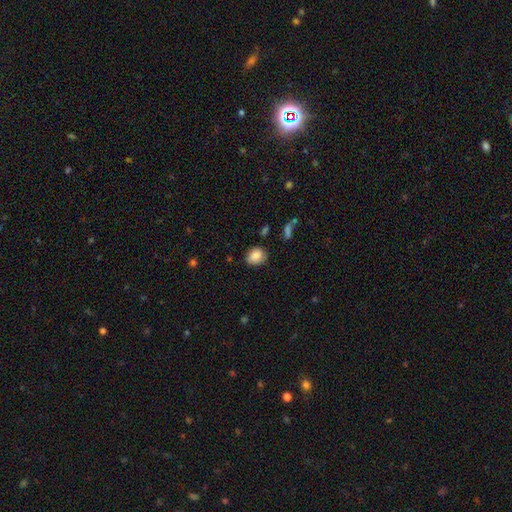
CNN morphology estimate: smooth-or-featured: smooth: 85% | star or artifact: 8% | featured or disk: 6%
  how-rounded: round: 51% | in between: 48% | cigar-shaped: 1%
  merging: none: 74% | minor disturbance: 20% | major disturbance: 4% | merger: 2%